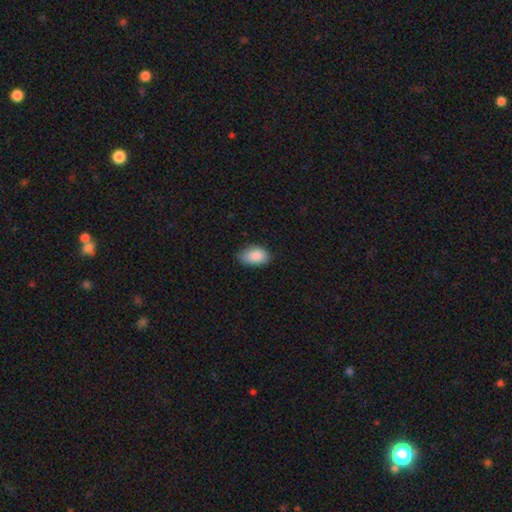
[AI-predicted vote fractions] smooth 87%, star or artifact 7%, featured or disk 6%. Down the decision tree: how rounded — in between (91%); merging — none (68%).